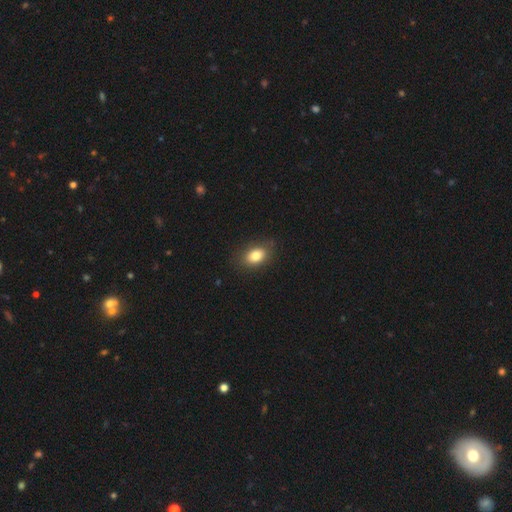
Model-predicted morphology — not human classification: smooth-or-featured: smooth: 82% | featured or disk: 10% | star or artifact: 9%
  how-rounded: in between: 80% | round: 19% | cigar-shaped: 2%
  merging: none: 84% | minor disturbance: 12% | major disturbance: 3% | merger: 1%